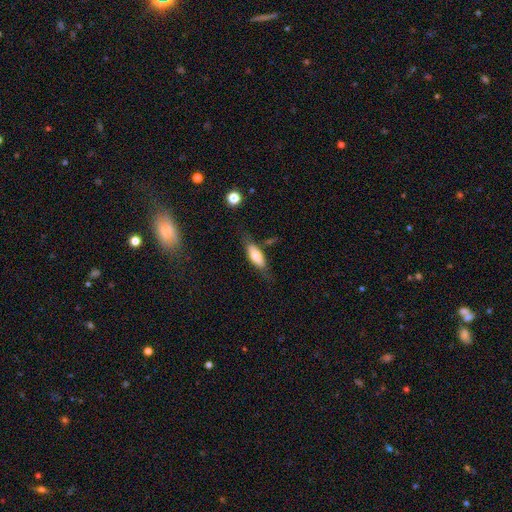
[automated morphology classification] Smooth or featured?
  - smooth: 69% *
  - featured or disk: 24%
  - star or artifact: 7%
How rounded?
  - in between: 73% *
  - cigar-shaped: 24%
  - round: 2%
Merging?
  - none: 68% *
  - minor disturbance: 20%
  - major disturbance: 7%
  - merger: 5%